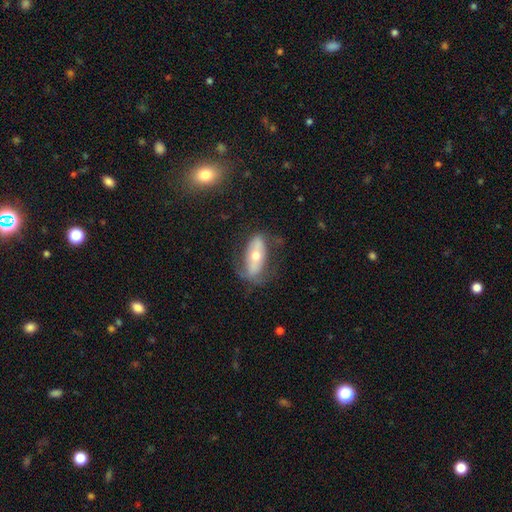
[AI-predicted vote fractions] smooth_or_featured: featured or disk (p=0.50) [alt: smooth p=0.43]
disk_edge_on: no (p=0.78) [alt: yes p=0.22]
merging: none (p=0.59) [alt: minor disturbance p=0.24]